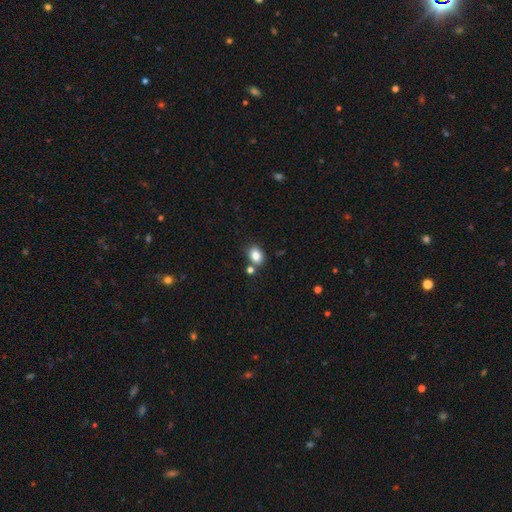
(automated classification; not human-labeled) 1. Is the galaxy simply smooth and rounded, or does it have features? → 83% smooth, 10% star or artifact, 7% featured or disk.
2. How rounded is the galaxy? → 64% in between, 35% round, 1% cigar-shaped.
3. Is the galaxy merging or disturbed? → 72% none, 13% merger, 12% minor disturbance, 3% major disturbance.